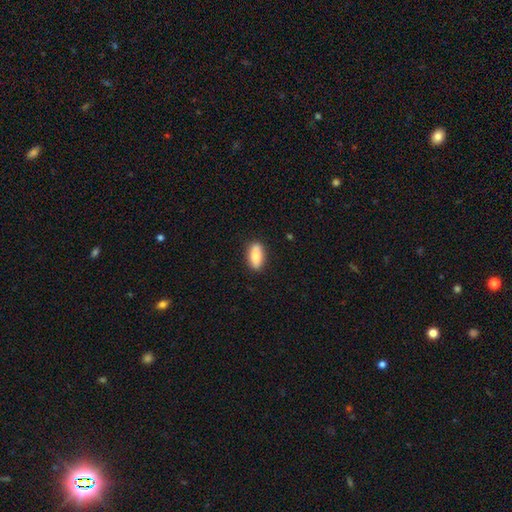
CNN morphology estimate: The model was most divided on "how rounded": in between: 83%, cigar-shaped: 14%, round: 3%. More confident: merging — none (87%); smooth or featured — smooth (83%).